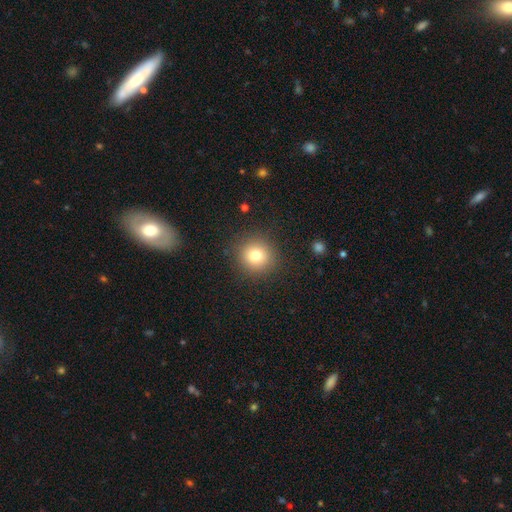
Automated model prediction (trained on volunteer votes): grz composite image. It shows a smooth galaxy with no disk features (78%) that is round (93%). Merging: none (89%).